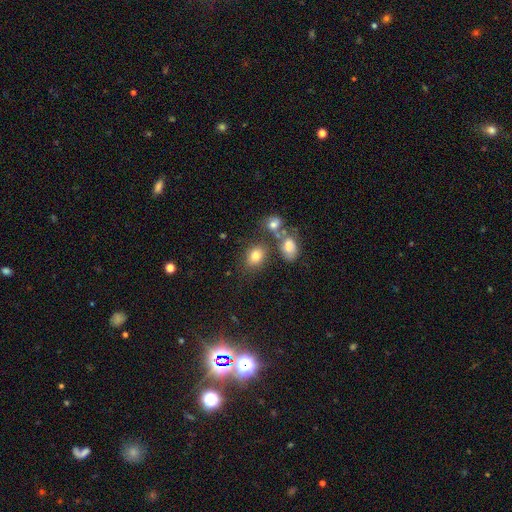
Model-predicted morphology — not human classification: Smooth or featured? Predicted: smooth (p=0.79). How rounded? Predicted: in between (p=0.68). Merging? Predicted: none (p=0.64).